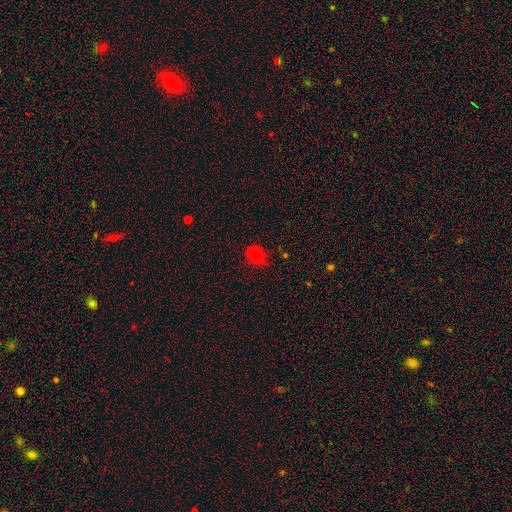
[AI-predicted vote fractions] Smooth or featured? Predicted: smooth (p=0.72). How rounded? Predicted: in between (p=0.72). Merging? Predicted: none (p=0.75).